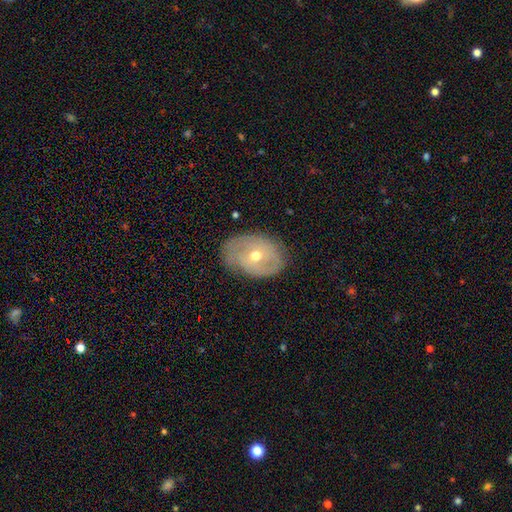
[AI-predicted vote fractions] The model was most divided on "spiral arms": yes: 61%, no: 39%. More confident: edge-on disk — no (94%); bar — no (77%); merging — none (68%); bulge size — moderate (63%); smooth or featured — featured or disk (62%).